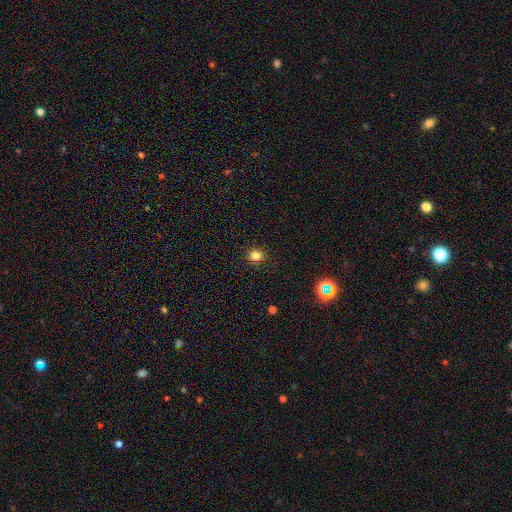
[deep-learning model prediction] Smooth or featured?
  - smooth: 81% *
  - star or artifact: 15%
  - featured or disk: 4%
How rounded?
  - round: 90% *
  - in between: 9%
  - cigar-shaped: 1%
Merging?
  - none: 91% *
  - minor disturbance: 6%
  - major disturbance: 2%
  - merger: 1%